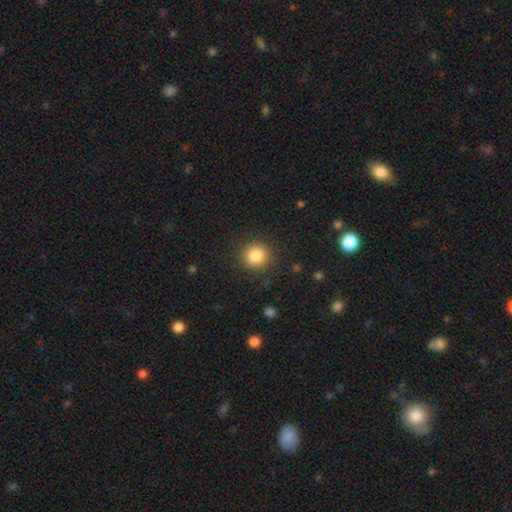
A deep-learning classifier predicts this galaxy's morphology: This is clearly a smooth galaxy (84%). How rounded: clearly round (92%). Merging: clearly none (88%).